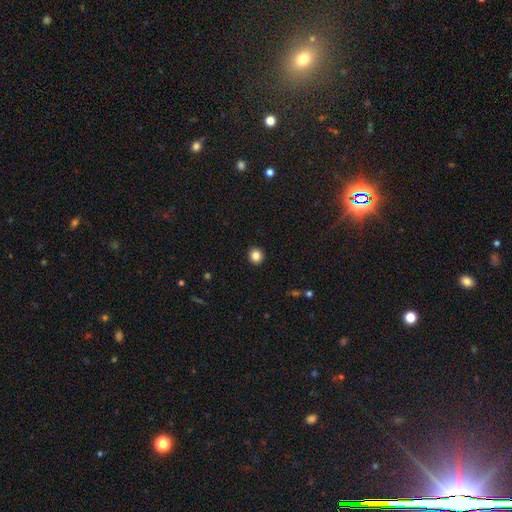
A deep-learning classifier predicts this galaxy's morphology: Smooth or featured?
  - smooth: 85% *
  - star or artifact: 11%
  - featured or disk: 5%
How rounded?
  - round: 90% *
  - in between: 9%
  - cigar-shaped: 1%
Merging?
  - none: 93% *
  - minor disturbance: 4%
  - major disturbance: 2%
  - merger: 1%